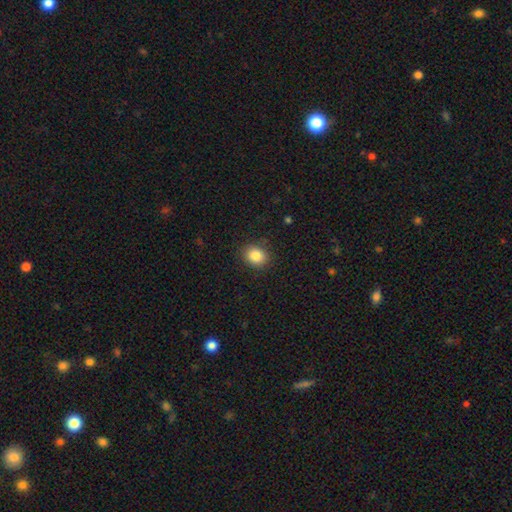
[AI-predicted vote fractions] The model was most divided on "how rounded": round: 60%, in between: 39%, cigar-shaped: 1%. More confident: merging — none (88%); smooth or featured — smooth (84%).